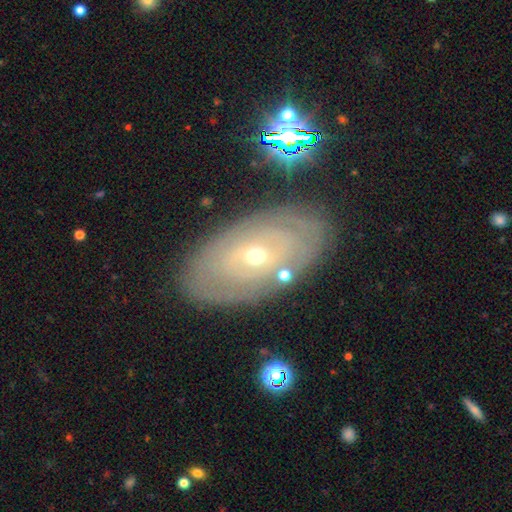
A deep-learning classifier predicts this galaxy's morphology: smooth-or-featured: featured or disk: 71% | smooth: 20% | star or artifact: 9%
  disk-edge-on: no: 91% | yes: 9%
    bar: no: 74% | weak: 19% | strong: 7%
    has-spiral-arms: yes: 61% | no: 39%
    bulge-size: small: 61% | moderate: 36% | large: 1% | dominant: 1% | none: 1%
  merging: none: 83% | minor disturbance: 11% | major disturbance: 3% | merger: 2%